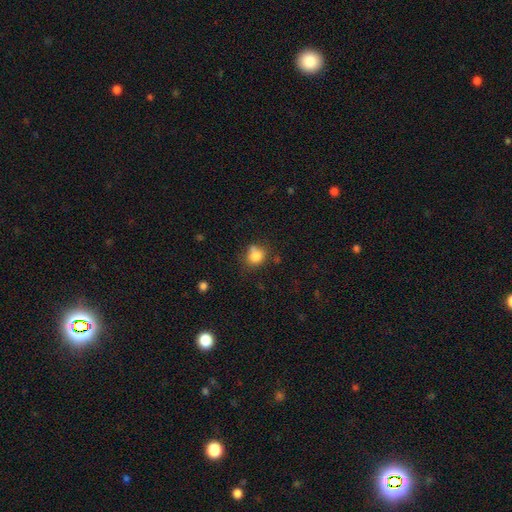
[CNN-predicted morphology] A smooth galaxy with no disk features (81%) that is round (72%).

Vote fractions:
- Smooth or featured? smooth: 81% / star or artifact: 11% / featured or disk: 8%
- How rounded? round: 72% / in between: 27% / cigar-shaped: 1%
- Merging? none: 59% / minor disturbance: 20% / merger: 15% / major disturbance: 7%